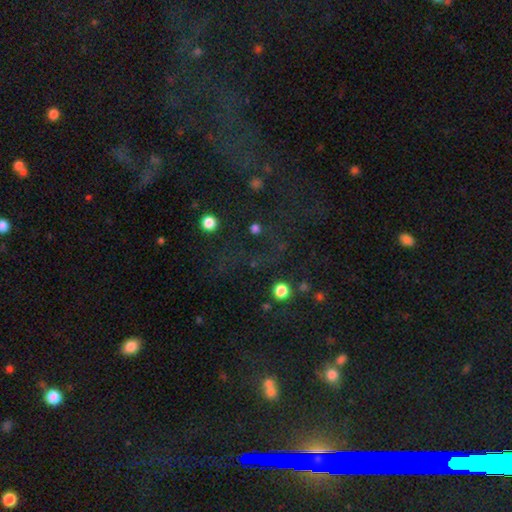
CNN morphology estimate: smooth_or_featured: star or artifact (p=0.70) [alt: smooth p=0.16]